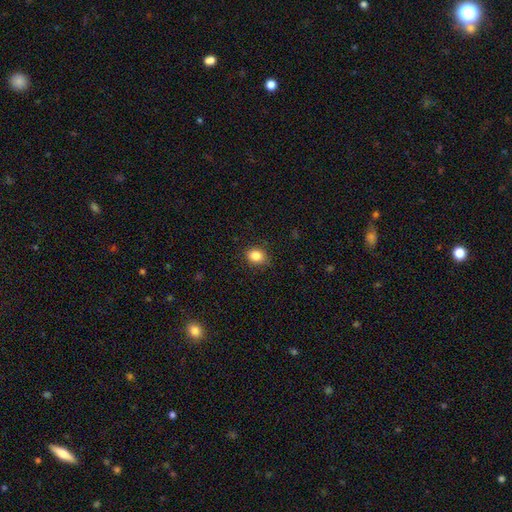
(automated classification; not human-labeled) smooth 85%, star or artifact 10%, featured or disk 5%. Down the decision tree: how rounded — in between (55%); merging — none (83%).